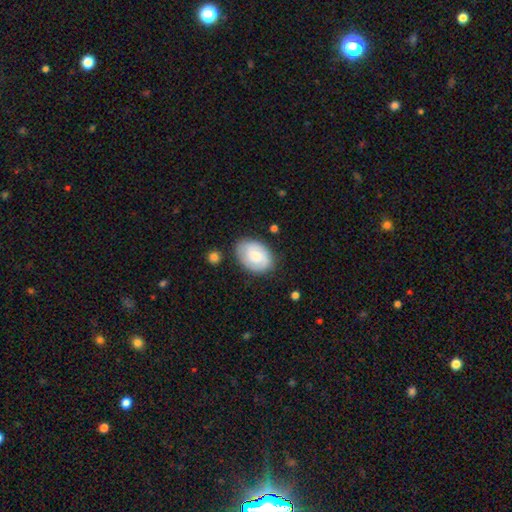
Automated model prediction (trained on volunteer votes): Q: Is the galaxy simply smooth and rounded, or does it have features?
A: smooth — 64%.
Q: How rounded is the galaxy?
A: in between — 82%.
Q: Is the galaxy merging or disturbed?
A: none — 75%.